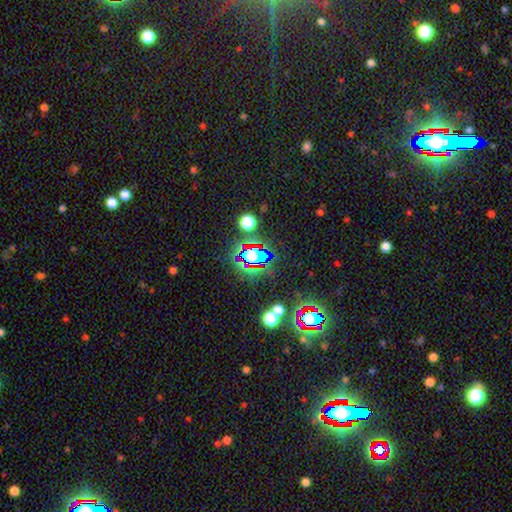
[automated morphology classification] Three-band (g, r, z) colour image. It shows a star or artifact, not a galaxy (60%).